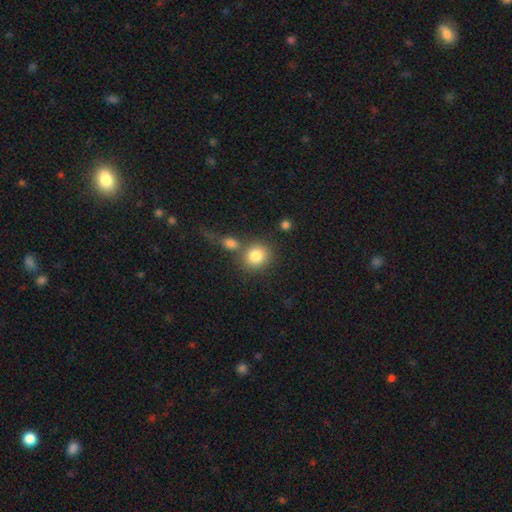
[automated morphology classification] This is clearly a smooth galaxy (83%). How rounded: clearly round (81%). Merging: likely none (61%).